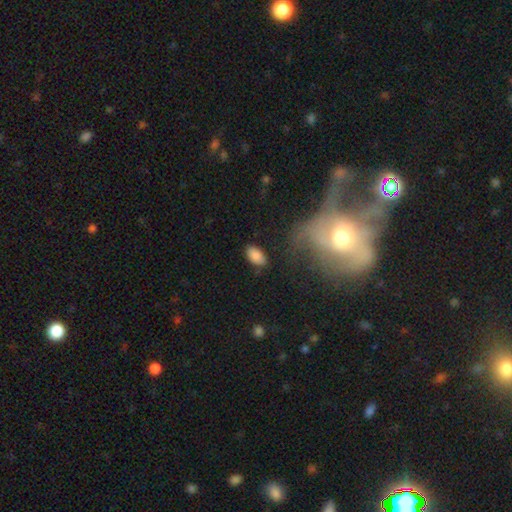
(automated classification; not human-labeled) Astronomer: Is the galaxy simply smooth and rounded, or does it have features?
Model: smooth — 86%.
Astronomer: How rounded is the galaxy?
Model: in between — 94%.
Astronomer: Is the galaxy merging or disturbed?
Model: none — 82%.